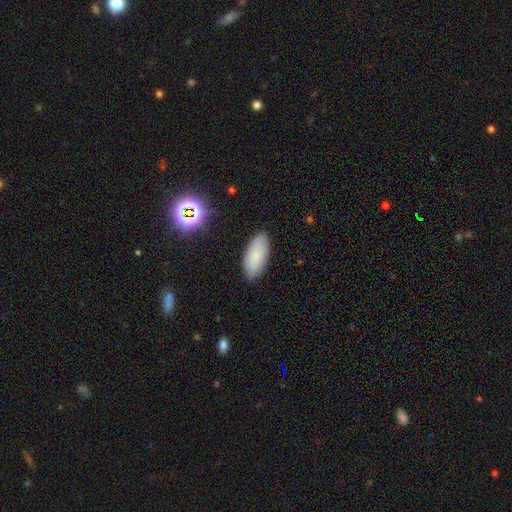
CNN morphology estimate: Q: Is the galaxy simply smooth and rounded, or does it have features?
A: smooth — 83%.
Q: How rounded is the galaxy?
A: in between — 89%.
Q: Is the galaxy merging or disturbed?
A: none — 87%.